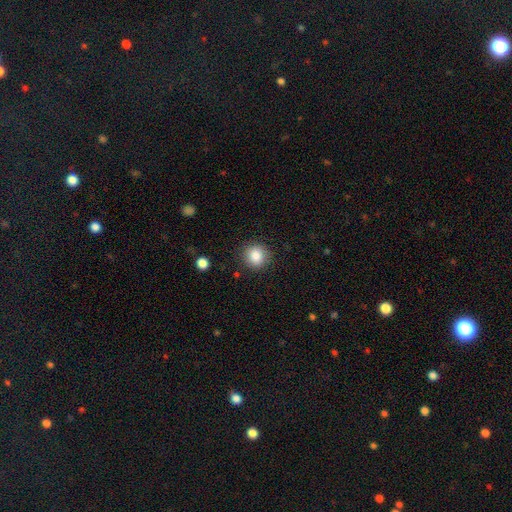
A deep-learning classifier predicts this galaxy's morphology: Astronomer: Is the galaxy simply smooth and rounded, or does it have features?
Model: smooth — 85%.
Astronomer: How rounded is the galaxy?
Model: round — 87%.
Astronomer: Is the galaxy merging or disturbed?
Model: none — 88%.